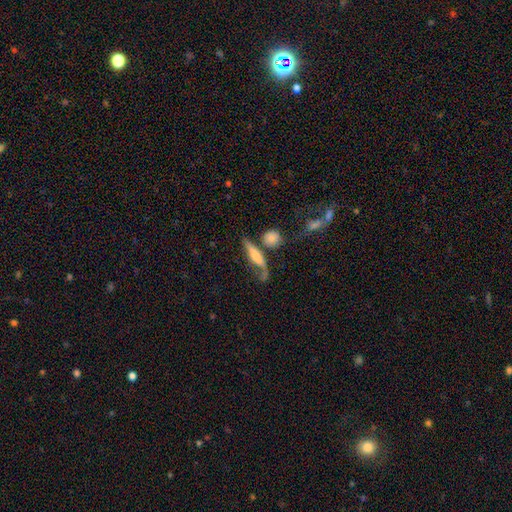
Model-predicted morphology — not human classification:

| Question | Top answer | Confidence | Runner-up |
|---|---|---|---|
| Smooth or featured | smooth | 50% | featured or disk (41%) |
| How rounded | cigar-shaped | 65% | in between (30%) |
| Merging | none | 38% | major disturbance (22%) |